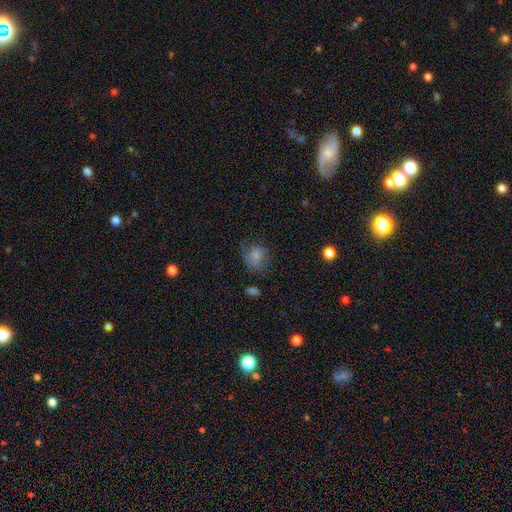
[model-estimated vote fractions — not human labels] smooth_or_featured: smooth (p=0.70) [alt: featured or disk p=0.19]
how_rounded: round (p=0.64) [alt: in between p=0.35]
merging: none (p=0.49) [alt: minor disturbance p=0.27]